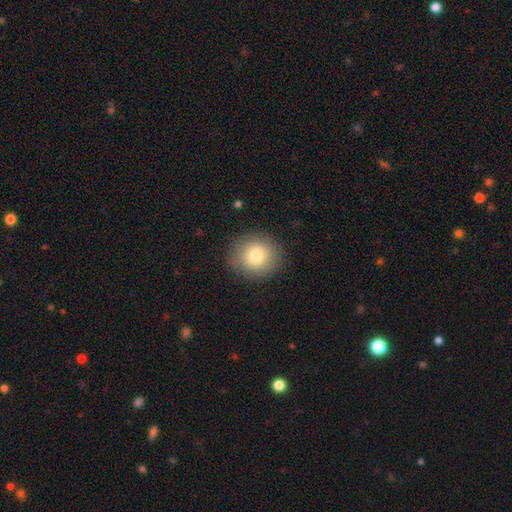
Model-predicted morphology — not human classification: A smooth galaxy with no disk features (78%) that is round (87%).

Vote fractions:
- Smooth or featured? smooth: 78% / featured or disk: 12% / star or artifact: 9%
- How rounded? round: 87% / in between: 12% / cigar-shaped: 1%
- Merging? none: 87% / minor disturbance: 9% / major disturbance: 3% / merger: 1%